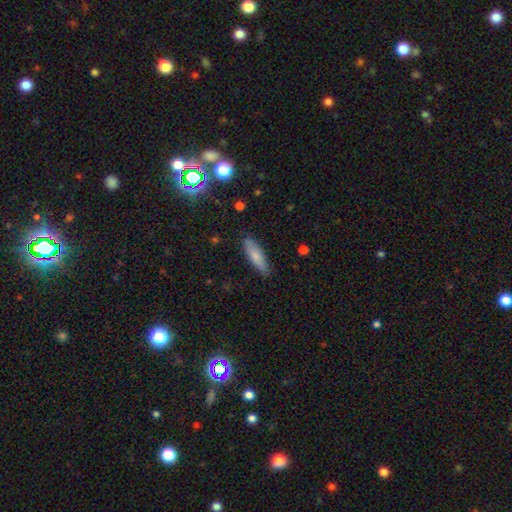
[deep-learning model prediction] This appears to be a smooth galaxy with no disk features (78%) that is cigar-shaped (54%). Merging: none (85%).